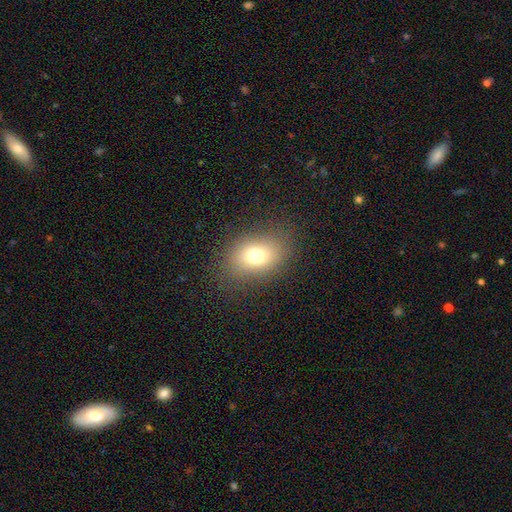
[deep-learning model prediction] Smooth or featured? smooth (74%)
How rounded? in between (73%)
Merging? none (83%)